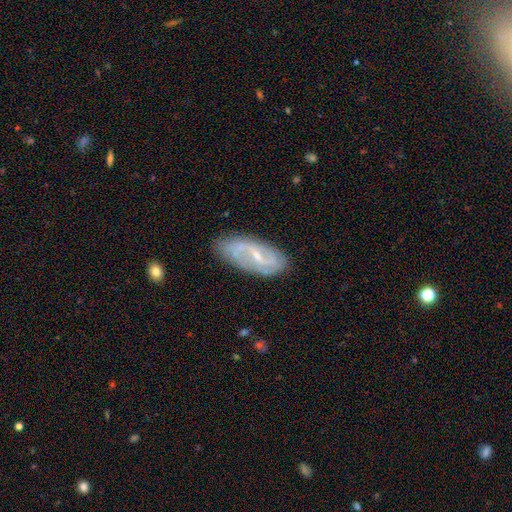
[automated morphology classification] A featured or disk galaxy (75%) with a weak bar (51%), 2 (74%) medium (40%) spiral arms (86%) and a small central bulge (70%).

Vote fractions:
- Smooth or featured? featured or disk: 75% / smooth: 18% / star or artifact: 7%
- Edge-on disk? no: 92% / yes: 8%
- Bar? weak: 51% / strong: 27% / no: 23%
- Spiral arms? yes: 86% / no: 14%
- Spiral winding? medium: 40% / loose: 37% / tight: 23%
- Spiral arm count? 2: 74% / can't tell: 15% / 1: 5% / 3: 3% / 4: 2% / more than 4: 2%
- Bulge size? small: 70% / moderate: 22% / none: 6% / large: 1% / dominant: 1%
- Merging? none: 74% / minor disturbance: 19% / major disturbance: 5% / merger: 2%